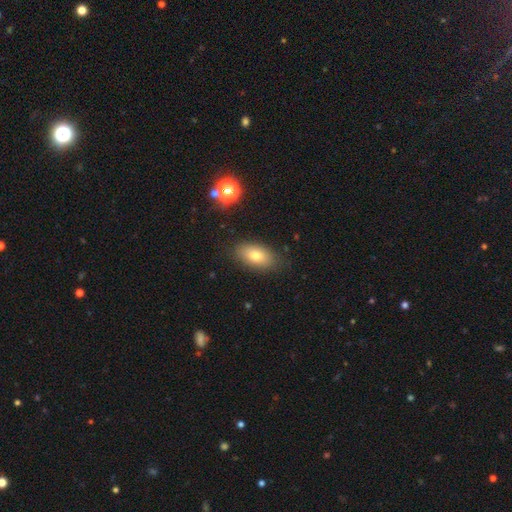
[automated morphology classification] The model was most divided on "smooth or featured": smooth: 75%, featured or disk: 15%, star or artifact: 9%. More confident: how rounded — in between (90%); merging — none (83%).